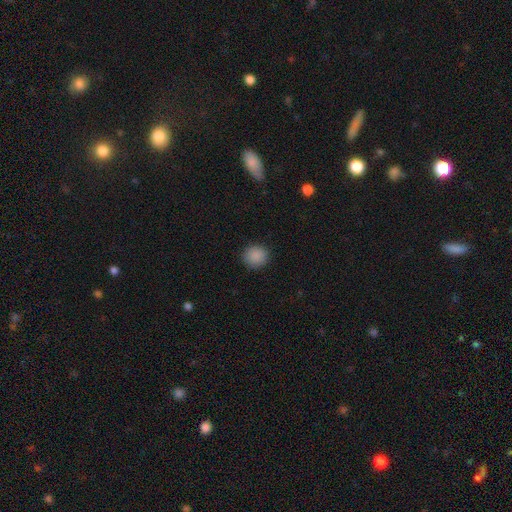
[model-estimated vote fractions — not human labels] This is clearly a smooth galaxy (88%). How rounded: clearly round (88%). Merging: clearly none (90%).